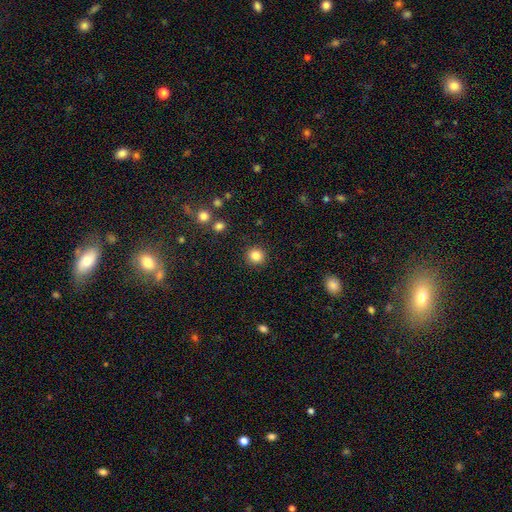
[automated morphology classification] The model was most divided on "smooth or featured": smooth: 84%, star or artifact: 11%, featured or disk: 5%. More confident: how rounded — round (93%); merging — none (92%).